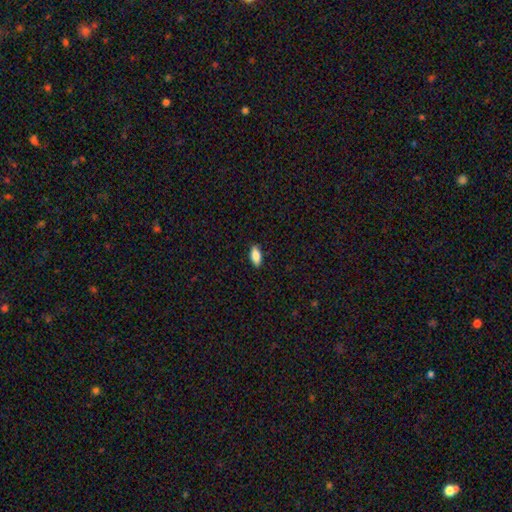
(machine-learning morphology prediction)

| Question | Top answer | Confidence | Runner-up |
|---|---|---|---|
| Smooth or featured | smooth | 87% | star or artifact (7%) |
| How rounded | in between | 89% | cigar-shaped (9%) |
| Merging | none | 89% | minor disturbance (9%) |